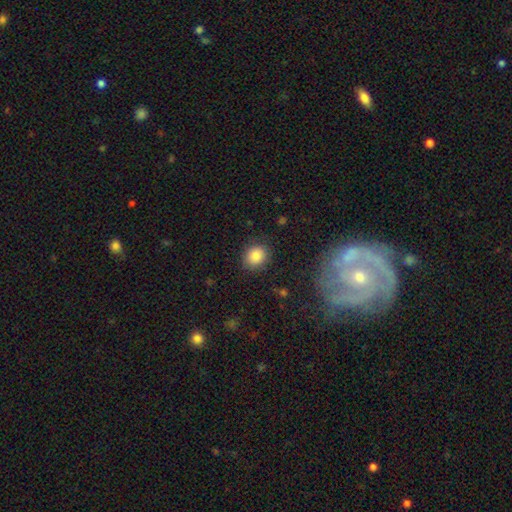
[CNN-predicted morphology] This is clearly a smooth galaxy (86%). How rounded: likely round (67%). Merging: clearly none (86%).